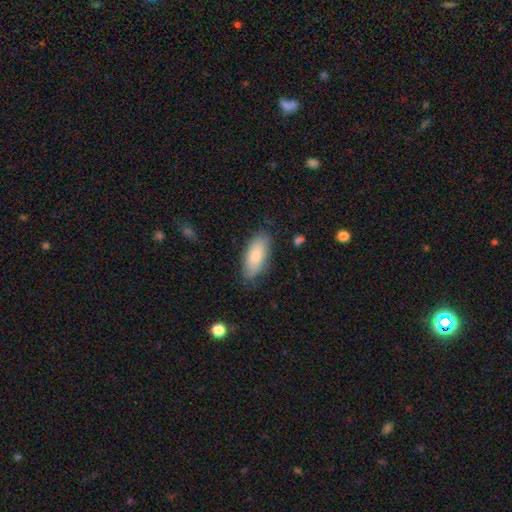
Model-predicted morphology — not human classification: type=smooth (77%); roundness=in between (85%); merging=none (80%).